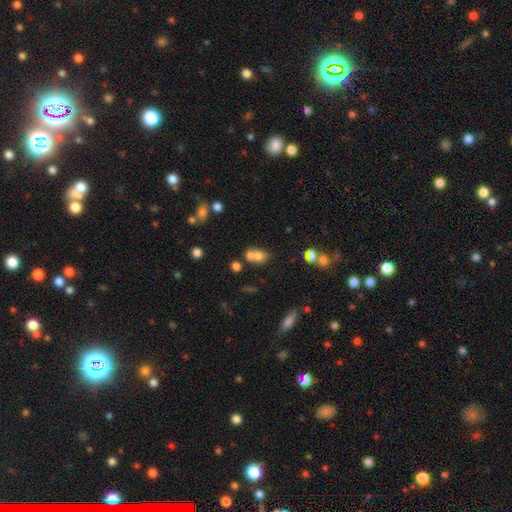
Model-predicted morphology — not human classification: smooth-or-featured: smooth: 70% | featured or disk: 16% | star or artifact: 13%
  how-rounded: in between: 55% | round: 43% | cigar-shaped: 2%
  merging: merger: 55% | none: 31% | minor disturbance: 9% | major disturbance: 5%